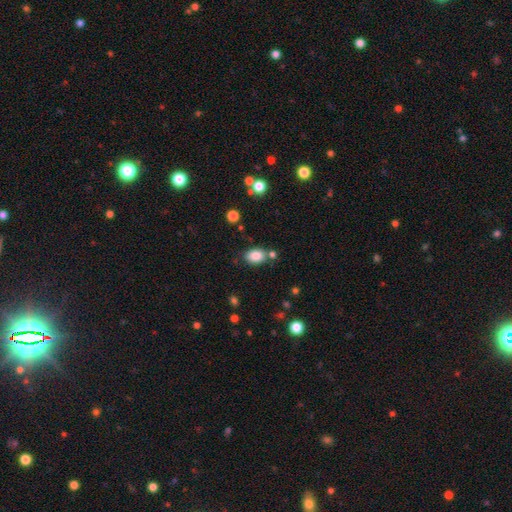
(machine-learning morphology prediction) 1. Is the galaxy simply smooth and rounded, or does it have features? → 84% smooth, 9% star or artifact, 7% featured or disk.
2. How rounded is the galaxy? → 78% in between, 21% round, 1% cigar-shaped.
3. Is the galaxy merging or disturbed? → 73% none, 13% minor disturbance, 11% merger, 4% major disturbance.